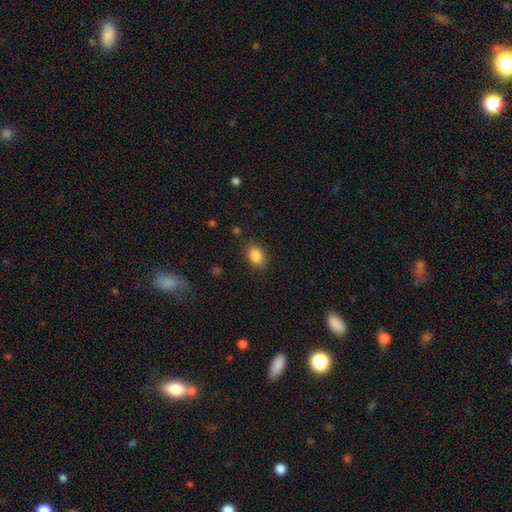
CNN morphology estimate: type=smooth (85%); roundness=in between (79%); merging=none (84%).